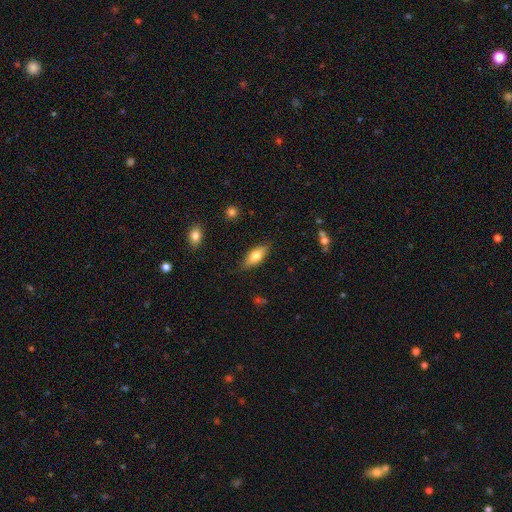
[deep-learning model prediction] smooth-or-featured: smooth: 70% | featured or disk: 23% | star or artifact: 7%
  how-rounded: in between: 76% | cigar-shaped: 22% | round: 3%
  merging: none: 83% | minor disturbance: 13% | major disturbance: 3% | merger: 1%